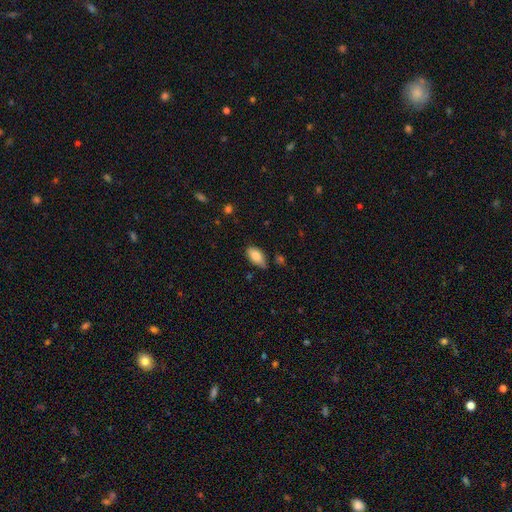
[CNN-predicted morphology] smooth 81%, featured or disk 12%, star or artifact 7%. Down the decision tree: how rounded — in between (90%); merging — none (66%).